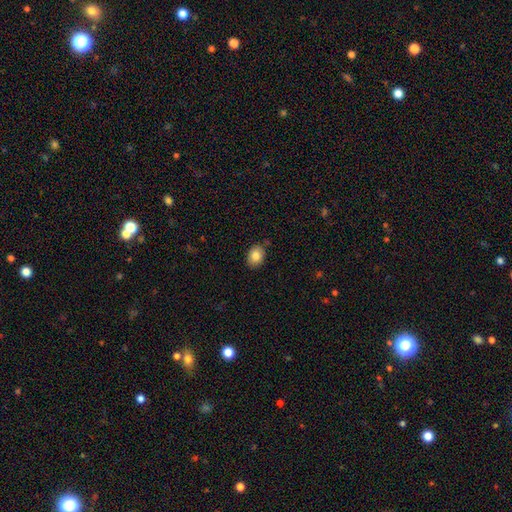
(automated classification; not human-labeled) smooth 84%, star or artifact 8%, featured or disk 8%. Down the decision tree: how rounded — in between (68%); merging — none (84%).